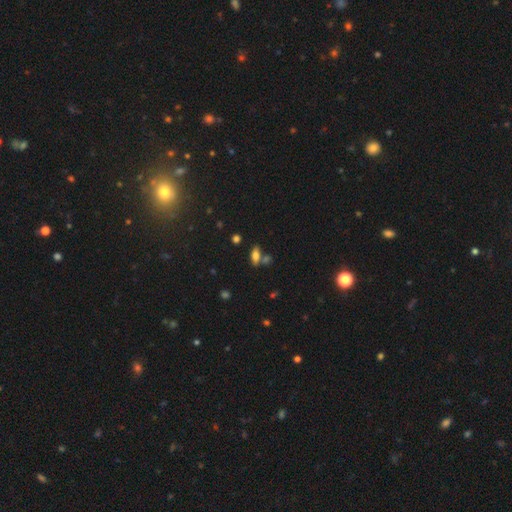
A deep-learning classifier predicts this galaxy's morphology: Q: Smooth or featured?
A: smooth (76%); runner-up: star or artifact (12%)
Q: How rounded?
A: in between (83%); runner-up: cigar-shaped (13%)
Q: Merging?
A: none (63%); runner-up: merger (20%)